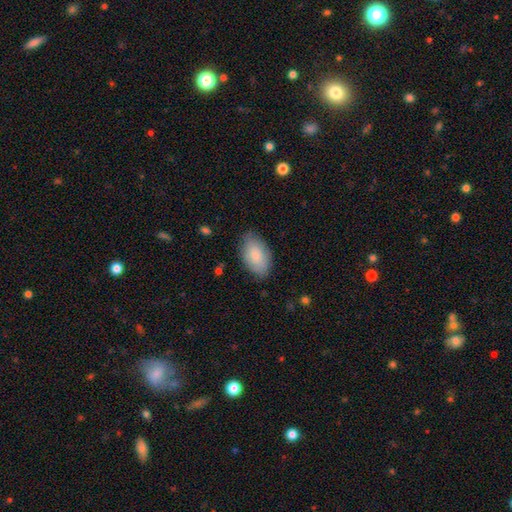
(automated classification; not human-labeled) A smooth galaxy with no disk features (81%) that is in between round and cigar-shaped (94%). Merging: none (79%).